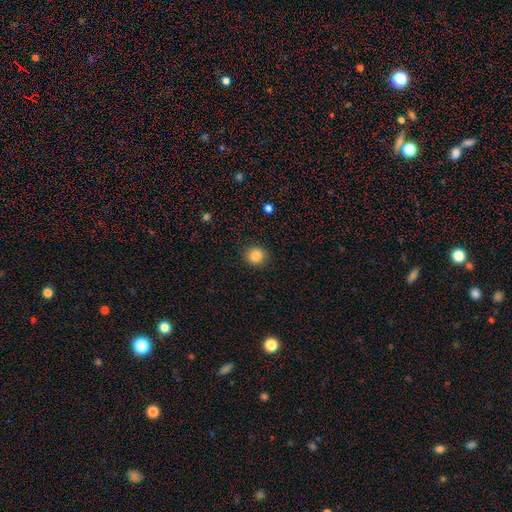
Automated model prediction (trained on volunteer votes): A smooth galaxy with no disk features (86%) that is round (87%). Merging: none (90%).